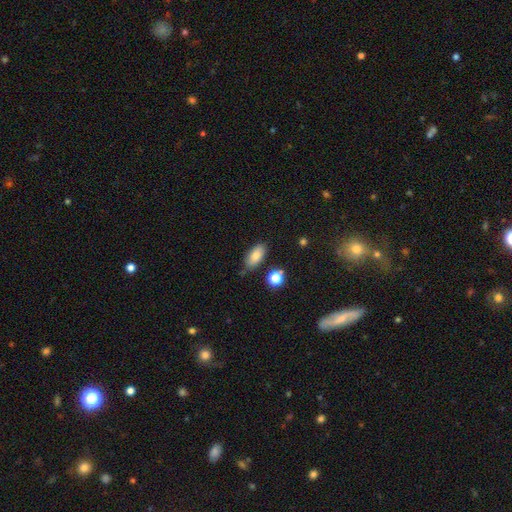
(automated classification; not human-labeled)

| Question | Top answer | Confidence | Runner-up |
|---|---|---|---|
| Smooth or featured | smooth | 79% | featured or disk (12%) |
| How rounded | in between | 89% | cigar-shaped (6%) |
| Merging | none | 73% | minor disturbance (18%) |